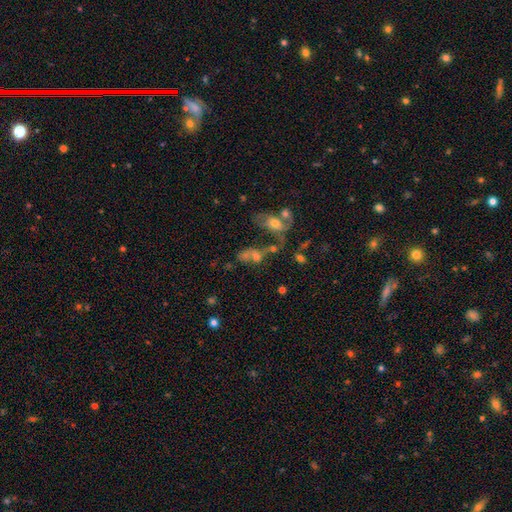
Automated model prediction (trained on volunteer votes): Smooth or featured: smooth — 48% (featured or disk — 31%)
Merging: merger — 49% (none — 22%)